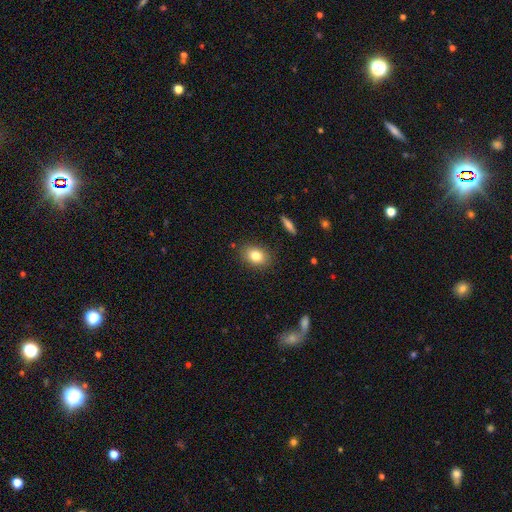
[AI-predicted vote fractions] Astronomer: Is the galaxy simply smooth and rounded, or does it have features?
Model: smooth — 80%.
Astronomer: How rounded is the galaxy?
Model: in between — 69%.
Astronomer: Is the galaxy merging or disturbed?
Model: none — 86%.